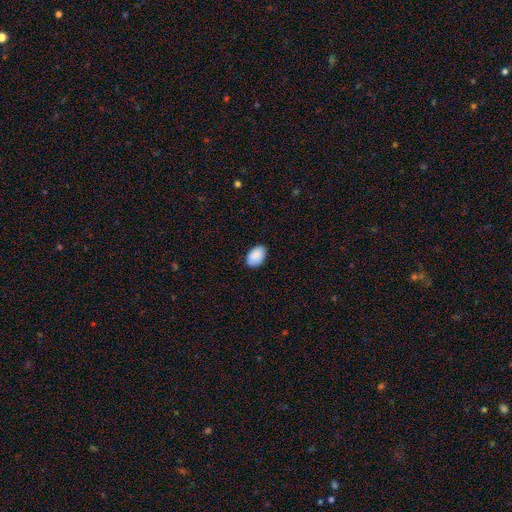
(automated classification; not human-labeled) Smooth or featured? Predicted: smooth (p=0.90). How rounded? Predicted: in between (p=0.90). Merging? Predicted: none (p=0.85).